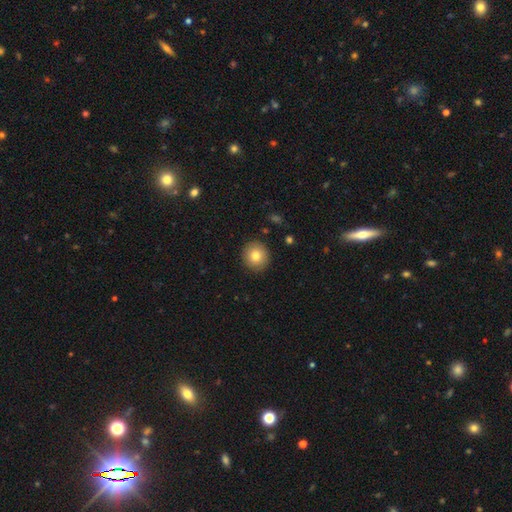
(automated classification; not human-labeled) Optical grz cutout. It shows a smooth galaxy with no disk features (80%) that is round (92%). Merging: none (91%).